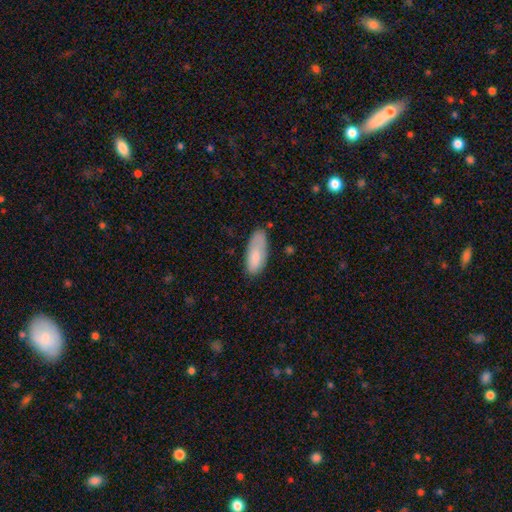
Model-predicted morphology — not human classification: Overall: smooth (81%). How rounded: in between (78%). Merging: none (61%; minor disturbance 29%).